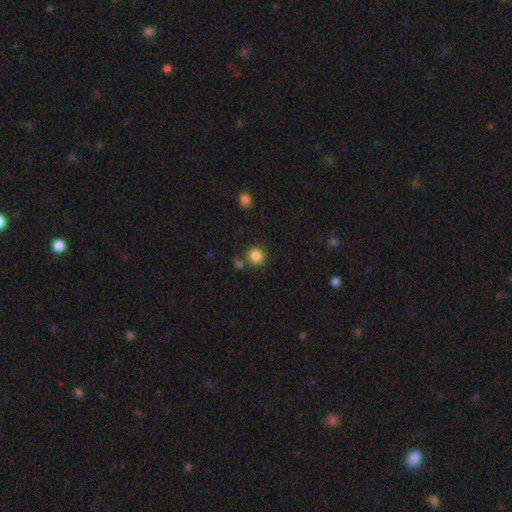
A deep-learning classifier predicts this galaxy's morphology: type=smooth (85%); roundness=round (92%); merging=none (79%).